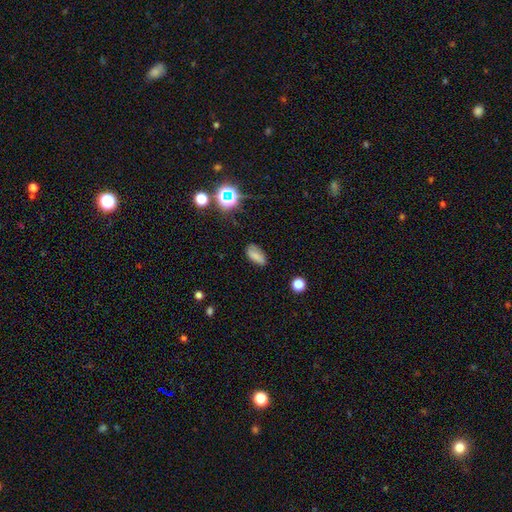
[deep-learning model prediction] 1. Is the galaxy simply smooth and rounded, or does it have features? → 76% smooth, 14% star or artifact, 10% featured or disk.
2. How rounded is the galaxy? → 88% in between, 7% cigar-shaped, 5% round.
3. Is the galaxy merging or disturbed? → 77% none, 17% minor disturbance, 4% major disturbance, 2% merger.